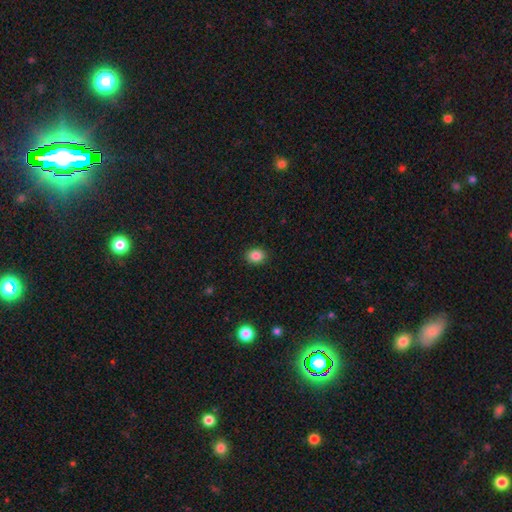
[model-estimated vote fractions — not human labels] Overall: smooth (85%). How rounded: round (58%; in between 41%). Merging: none (90%).